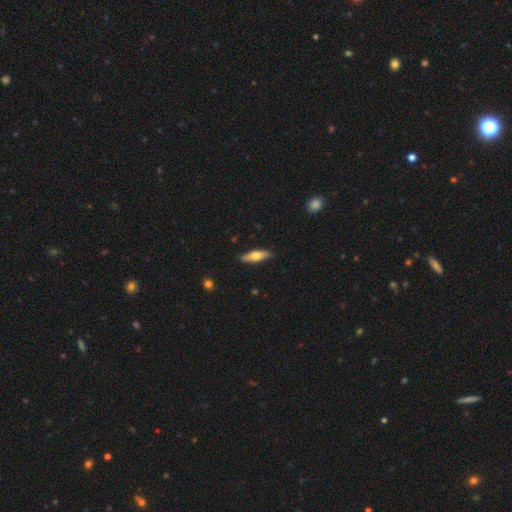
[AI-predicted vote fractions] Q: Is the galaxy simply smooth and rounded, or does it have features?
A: smooth — 58%.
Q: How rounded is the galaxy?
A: cigar-shaped — 51%.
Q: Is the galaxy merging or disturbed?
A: none — 89%.